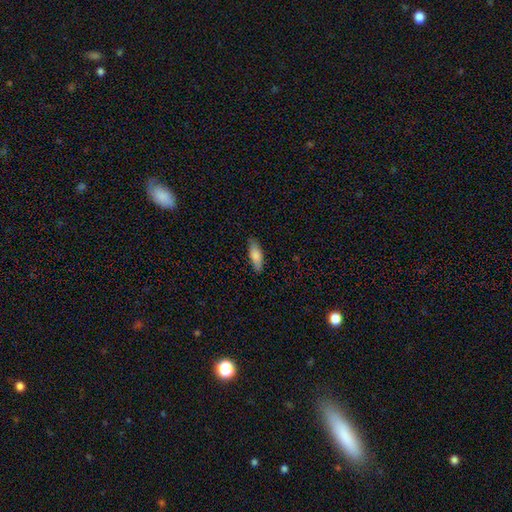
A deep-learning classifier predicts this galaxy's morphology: The model was most divided on "how rounded": in between: 65%, cigar-shaped: 33%, round: 2%. More confident: merging — none (84%); smooth or featured — smooth (82%).